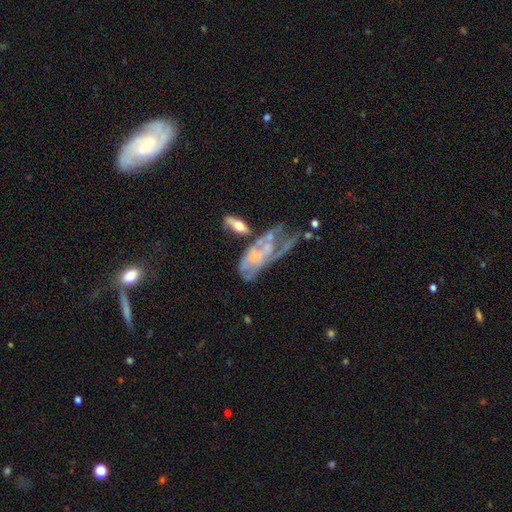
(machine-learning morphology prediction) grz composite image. It shows a featured or disk galaxy (70%) with no bar (78%), spiral arms (54%) and a small central bulge (59%). Merging: major disturbance (33%).